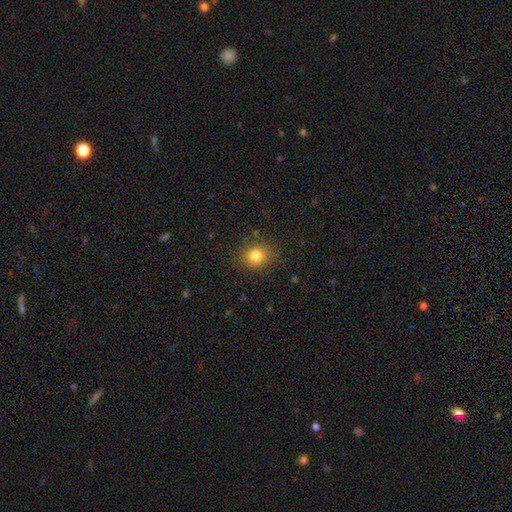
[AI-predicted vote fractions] smooth 80%, star or artifact 12%, featured or disk 8%. Down the decision tree: how rounded — round (60%); merging — none (83%).